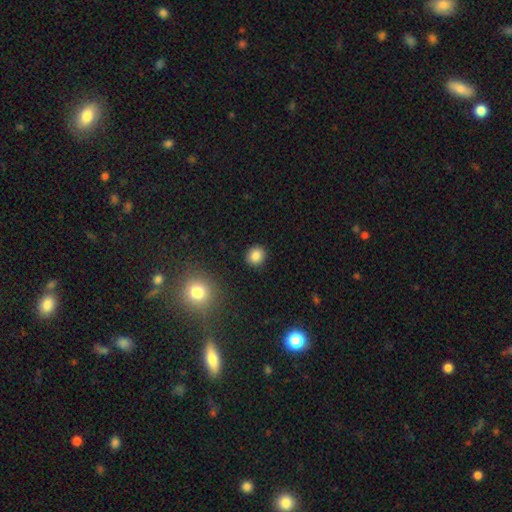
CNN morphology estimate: Smooth or featured? smooth (84%)
How rounded? round (85%)
Merging? none (91%)